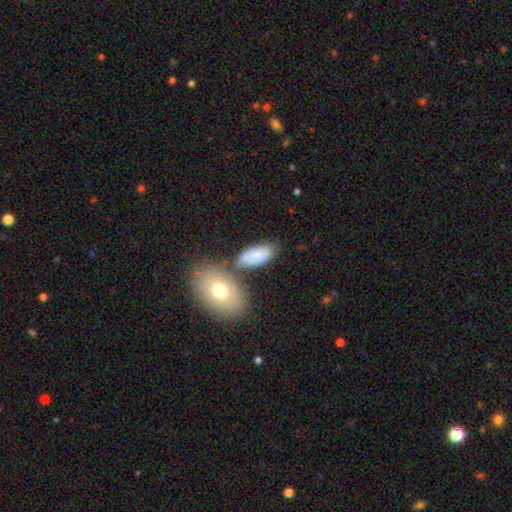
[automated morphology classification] The model was most divided on "merging": none: 62%, minor disturbance: 17%, merger: 16%, major disturbance: 5%. More confident: how rounded — in between (90%); smooth or featured — smooth (72%).